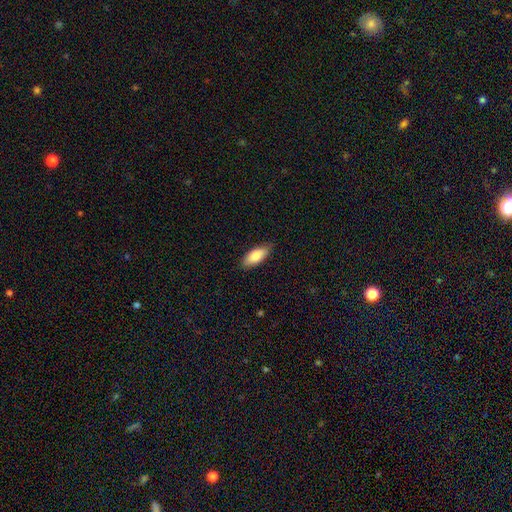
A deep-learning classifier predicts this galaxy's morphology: smooth 82%, featured or disk 12%, star or artifact 6%. Down the decision tree: how rounded — in between (83%); merging — none (85%).